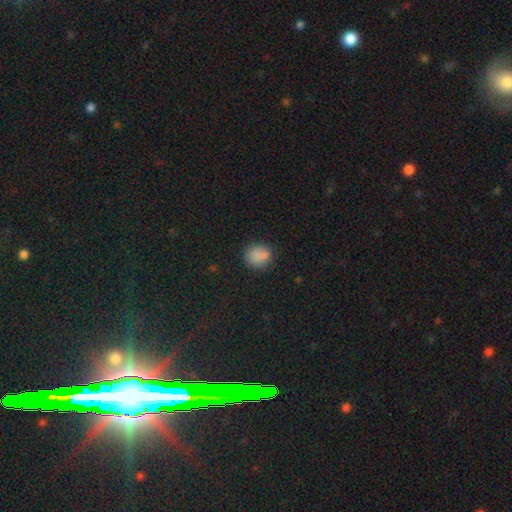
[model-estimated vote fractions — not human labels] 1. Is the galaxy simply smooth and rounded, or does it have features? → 80% smooth, 14% star or artifact, 6% featured or disk.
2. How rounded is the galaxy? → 76% round, 23% in between, 1% cigar-shaped.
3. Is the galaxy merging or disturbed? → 74% none, 13% minor disturbance, 9% merger, 4% major disturbance.